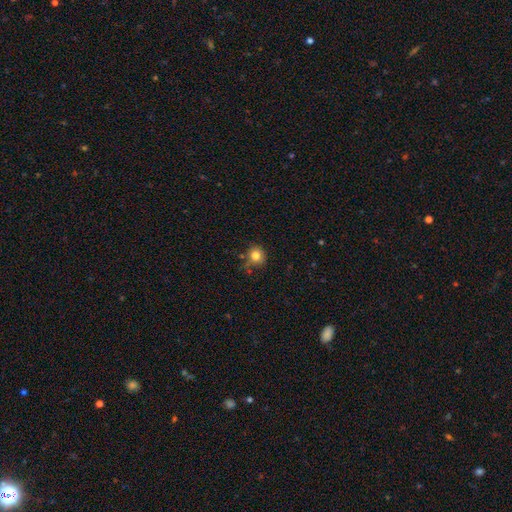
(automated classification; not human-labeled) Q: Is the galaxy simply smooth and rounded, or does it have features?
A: smooth — 81%.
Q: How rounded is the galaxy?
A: round — 86%.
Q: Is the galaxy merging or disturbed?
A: none — 70%.